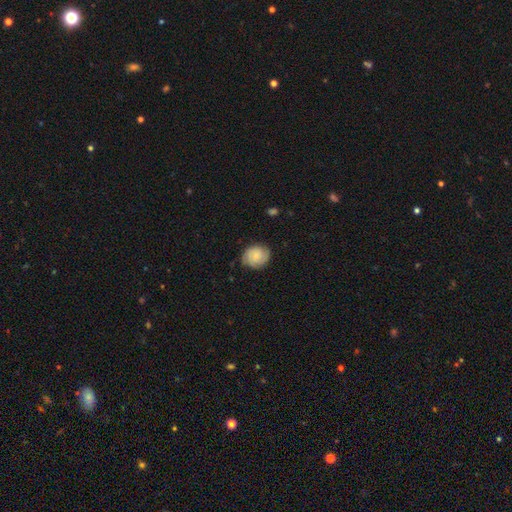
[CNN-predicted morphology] smooth 58%, featured or disk 34%, star or artifact 8%. Down the decision tree: how rounded — round (68%); merging — none (78%).